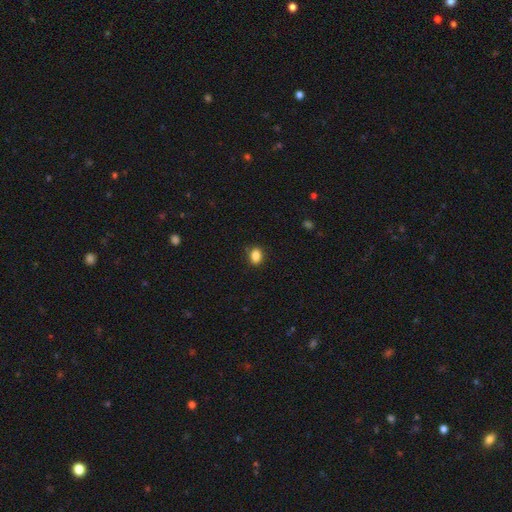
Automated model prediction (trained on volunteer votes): This appears to be a smooth galaxy with no disk features (87%) that is in between round and cigar-shaped (71%). Merging: none (86%).